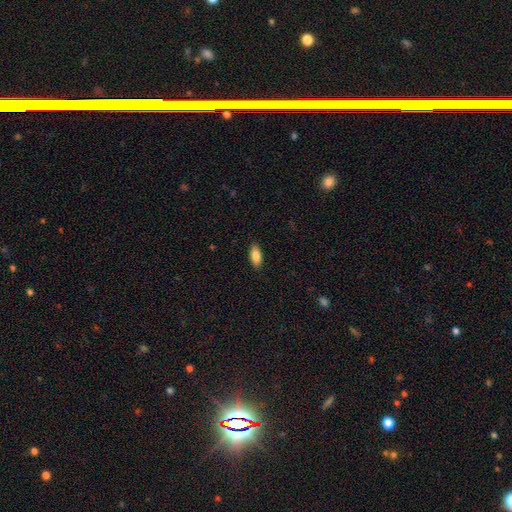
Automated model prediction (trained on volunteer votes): Overall: smooth (86%). How rounded: in between (86%). Merging: none (89%).